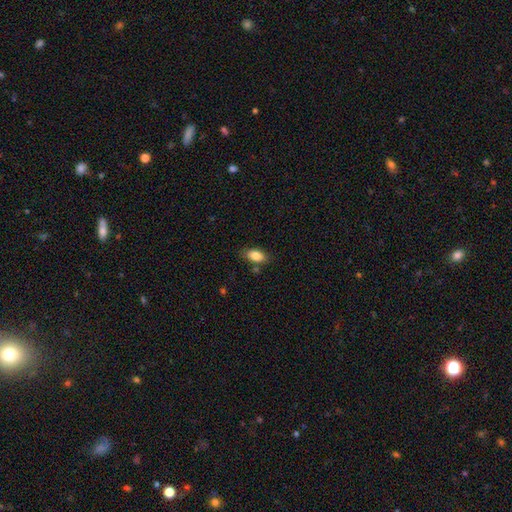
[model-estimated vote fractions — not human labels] A smooth galaxy with no disk features (84%) that is in between round and cigar-shaped (90%). Merging: none (78%).